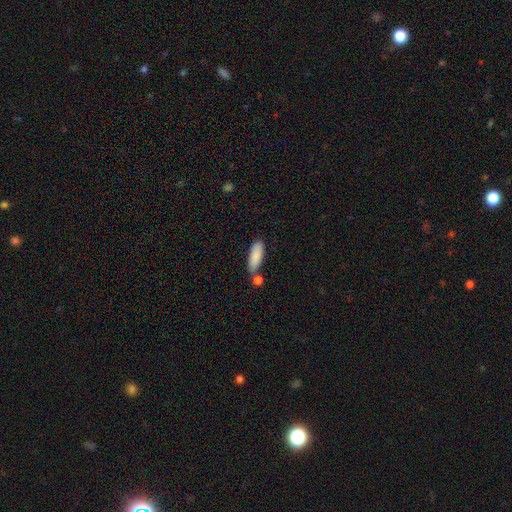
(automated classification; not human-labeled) Smooth or featured? Predicted: smooth (p=0.86). How rounded? Predicted: in between (p=0.66). Merging? Predicted: none (p=0.67).